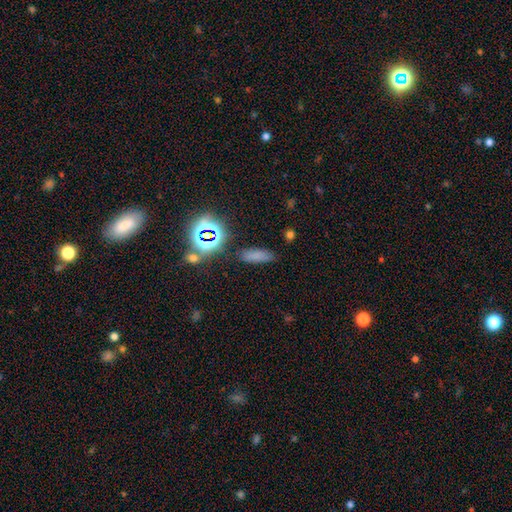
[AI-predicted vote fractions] Q: Smooth or featured?
A: smooth (67%); runner-up: star or artifact (24%)
Q: How rounded?
A: in between (56%); runner-up: cigar-shaped (38%)
Q: Merging?
A: none (79%); runner-up: minor disturbance (13%)